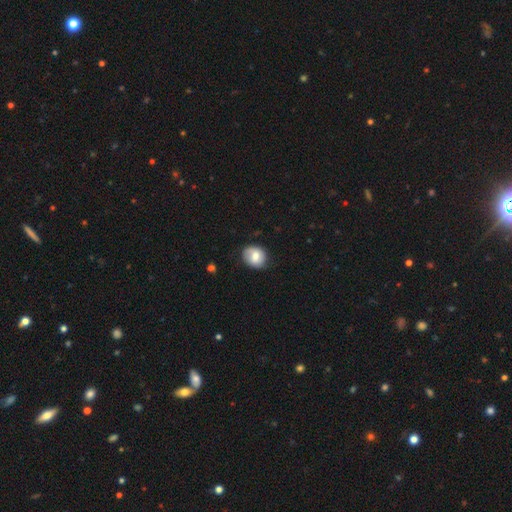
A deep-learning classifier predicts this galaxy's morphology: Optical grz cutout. It shows a smooth galaxy with no disk features (72%) that is round (66%). Merging: none (75%).